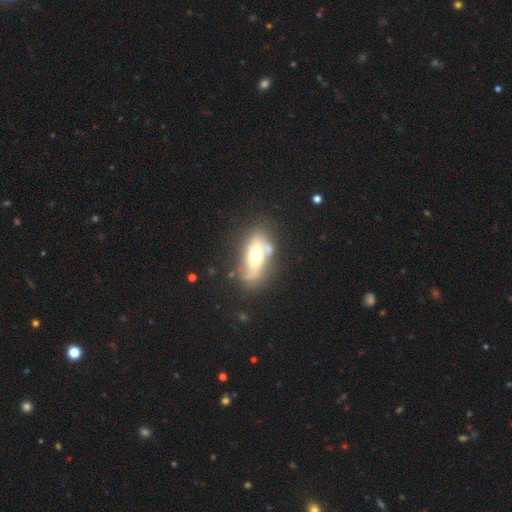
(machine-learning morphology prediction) Smooth or featured: featured or disk — 55% (smooth — 37%)
Edge-on disk: no — 79% (yes — 21%)
Merging: none — 61% (minor disturbance — 21%)